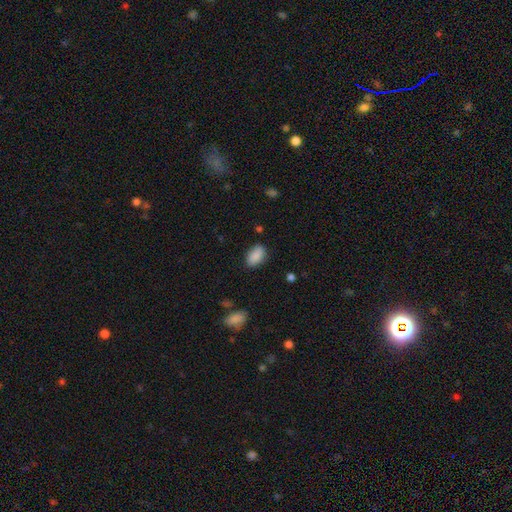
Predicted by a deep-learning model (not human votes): Smooth or featured: smooth — 88% (star or artifact — 7%)
How rounded: in between — 92% (round — 6%)
Merging: none — 80% (minor disturbance — 15%)